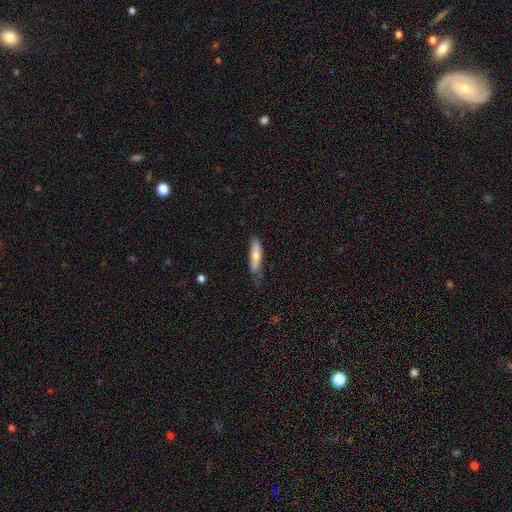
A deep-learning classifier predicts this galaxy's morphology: Smooth or featured? Predicted: smooth (p=0.63). How rounded? Predicted: cigar-shaped (p=0.64). Merging? Predicted: none (p=0.54).